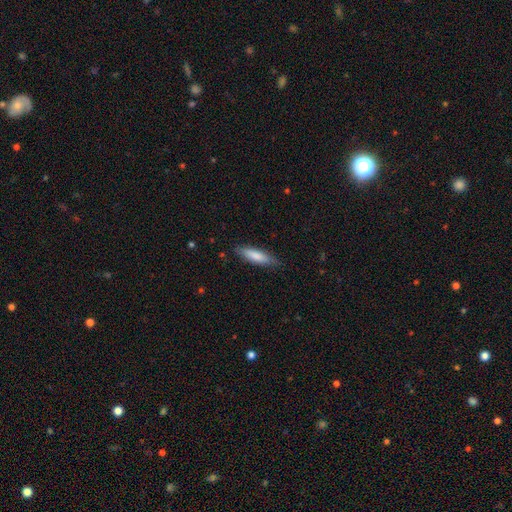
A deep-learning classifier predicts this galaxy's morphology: smooth 80%, featured or disk 15%, star or artifact 5%. Down the decision tree: how rounded — cigar-shaped (65%); merging — none (82%).